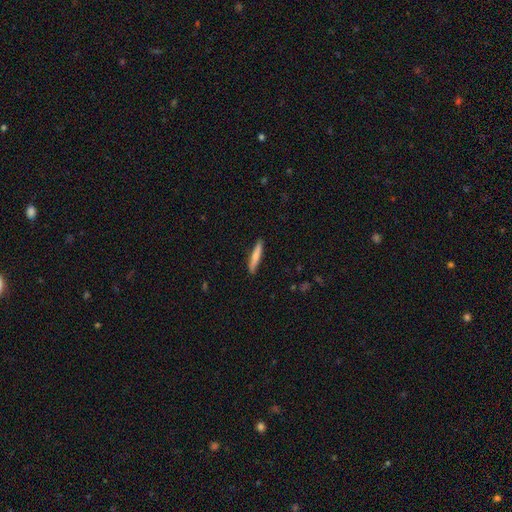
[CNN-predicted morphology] smooth 72%, featured or disk 23%, star or artifact 5%. Down the decision tree: how rounded — cigar-shaped (92%); merging — none (89%).